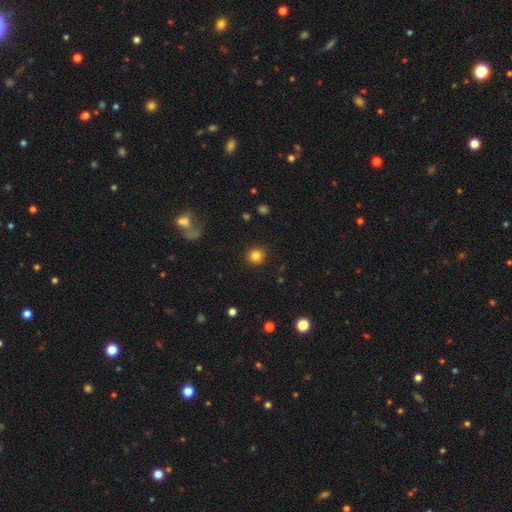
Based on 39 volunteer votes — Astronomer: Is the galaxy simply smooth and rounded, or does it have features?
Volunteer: smooth — 87%.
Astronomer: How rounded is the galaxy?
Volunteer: round — 97%.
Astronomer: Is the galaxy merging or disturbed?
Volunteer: none — 94%.